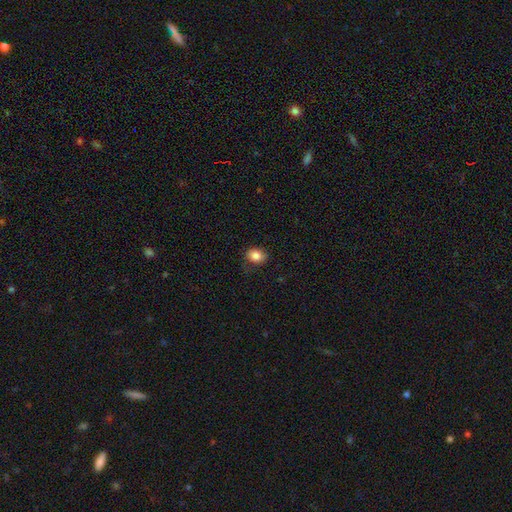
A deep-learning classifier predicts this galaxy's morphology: Smooth or featured: smooth — 85% (star or artifact — 9%)
How rounded: in between — 58% (round — 41%)
Merging: none — 76% (minor disturbance — 19%)